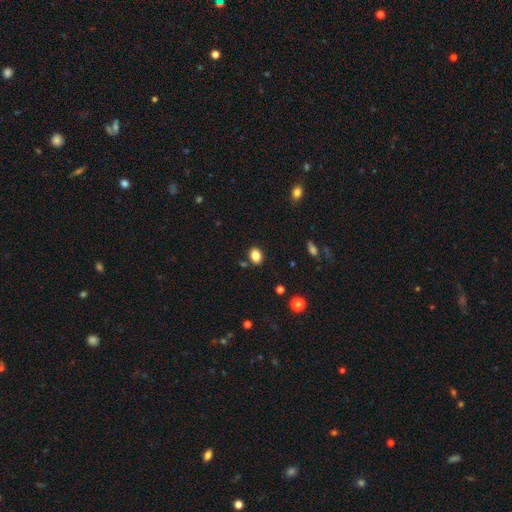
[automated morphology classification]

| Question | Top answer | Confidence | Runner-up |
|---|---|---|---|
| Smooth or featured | smooth | 84% | star or artifact (10%) |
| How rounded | in between | 66% | round (33%) |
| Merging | none | 85% | minor disturbance (9%) |